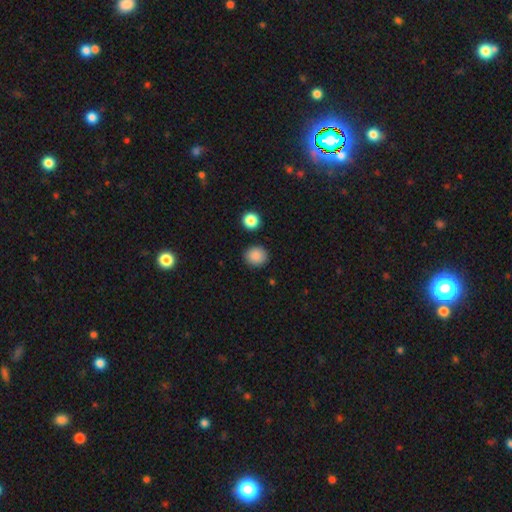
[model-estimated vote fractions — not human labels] Smooth or featured? Predicted: smooth (p=0.87). How rounded? Predicted: round (p=0.82). Merging? Predicted: none (p=0.88).